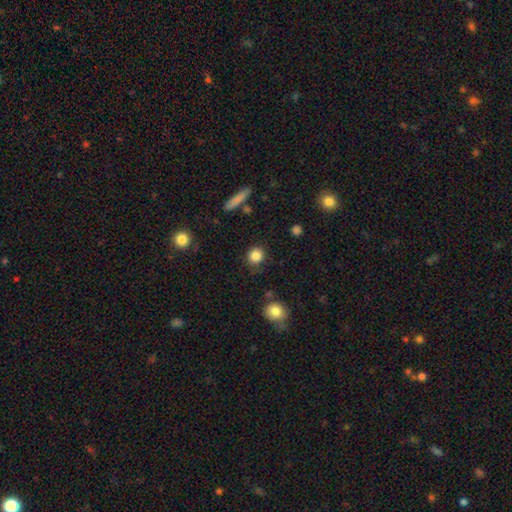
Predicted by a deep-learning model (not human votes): The model was most divided on "merging": none: 84%, minor disturbance: 10%, major disturbance: 3%, merger: 2%. More confident: how rounded — round (87%); smooth or featured — smooth (85%).